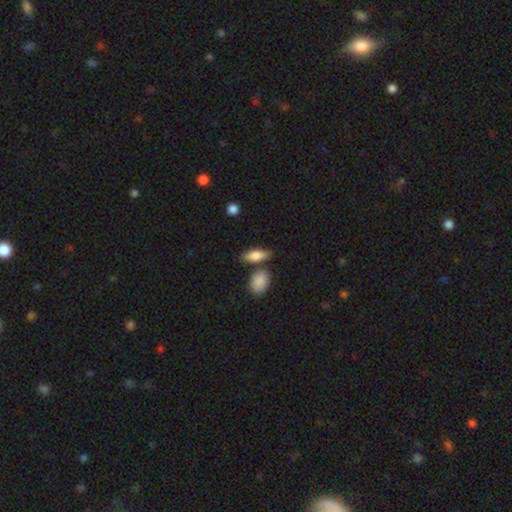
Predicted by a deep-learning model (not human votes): The model was most divided on "how rounded": in between: 74%, cigar-shaped: 21%, round: 5%. More confident: smooth or featured — smooth (80%); merging — none (69%).